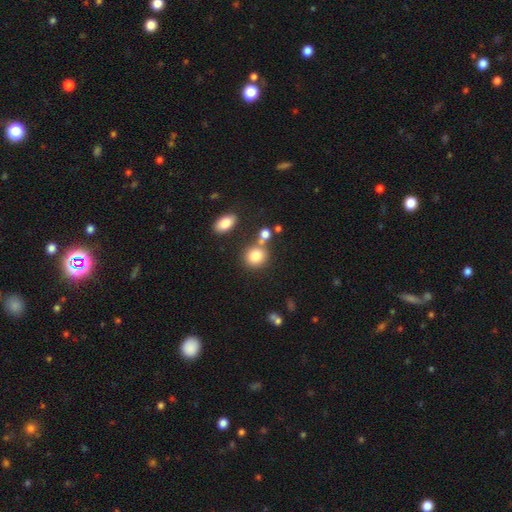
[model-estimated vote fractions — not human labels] Smooth or featured?
  - smooth: 81% *
  - star or artifact: 10%
  - featured or disk: 8%
How rounded?
  - round: 78% *
  - in between: 20%
  - cigar-shaped: 1%
Merging?
  - none: 62% *
  - merger: 22%
  - minor disturbance: 11%
  - major disturbance: 5%